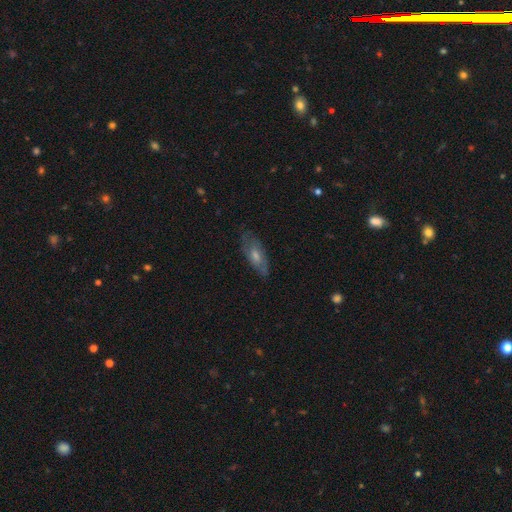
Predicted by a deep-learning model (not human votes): Overall: featured or disk (49%; smooth 41%). Merging: none (75%).